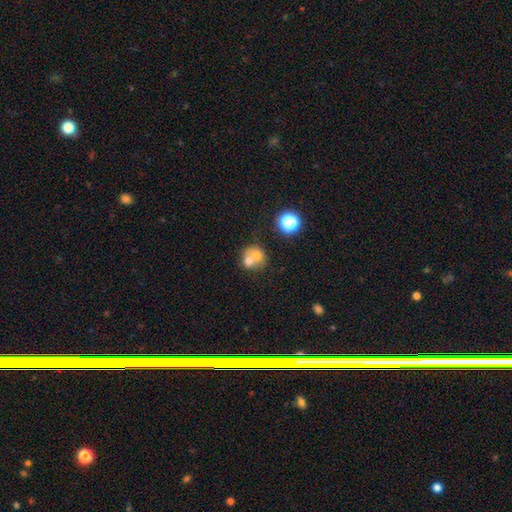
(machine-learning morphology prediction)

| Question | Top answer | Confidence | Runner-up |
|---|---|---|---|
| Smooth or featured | smooth | 64% | featured or disk (23%) |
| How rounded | round | 78% | in between (21%) |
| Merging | merger | 62% | none (29%) |